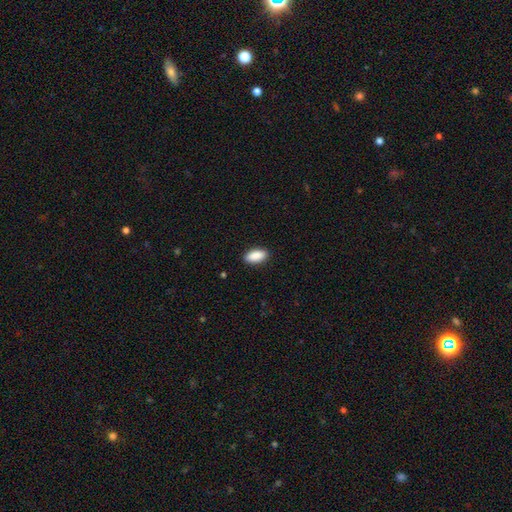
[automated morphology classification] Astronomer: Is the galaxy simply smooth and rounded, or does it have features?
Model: smooth — 90%.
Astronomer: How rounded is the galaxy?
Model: in between — 90%.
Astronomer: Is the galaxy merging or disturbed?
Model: none — 90%.